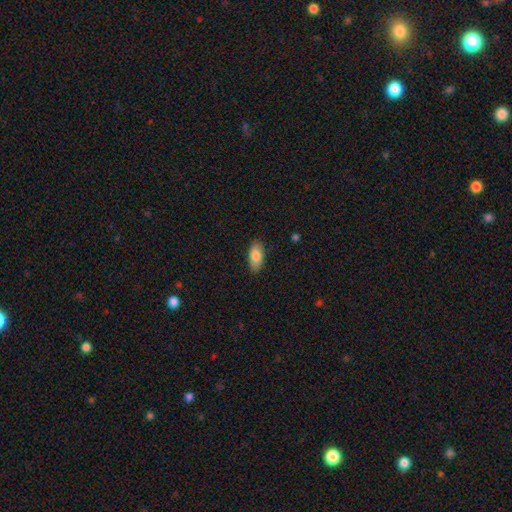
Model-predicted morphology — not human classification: Overall: smooth (82%). How rounded: in between (89%). Merging: none (86%).